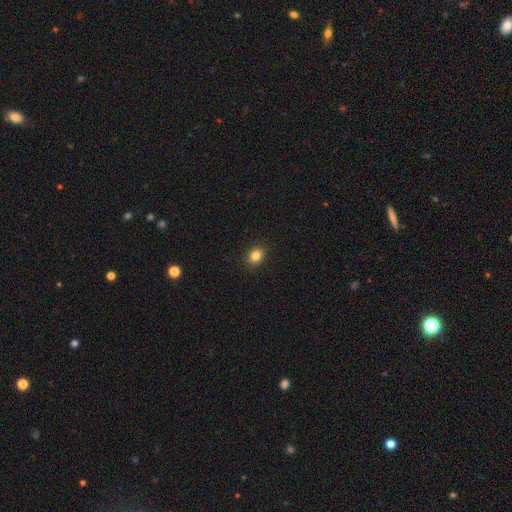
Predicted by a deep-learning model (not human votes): This is clearly a smooth galaxy (83%). How rounded: possibly in between (56%). Merging: clearly none (90%).